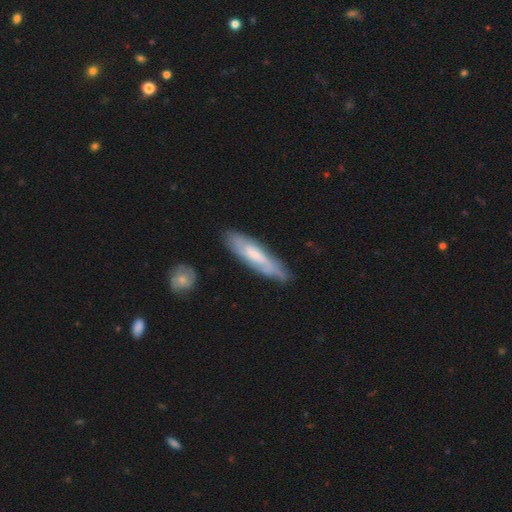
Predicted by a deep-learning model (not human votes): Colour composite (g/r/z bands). It shows a featured or disk galaxy (53%). Merging: none (75%).